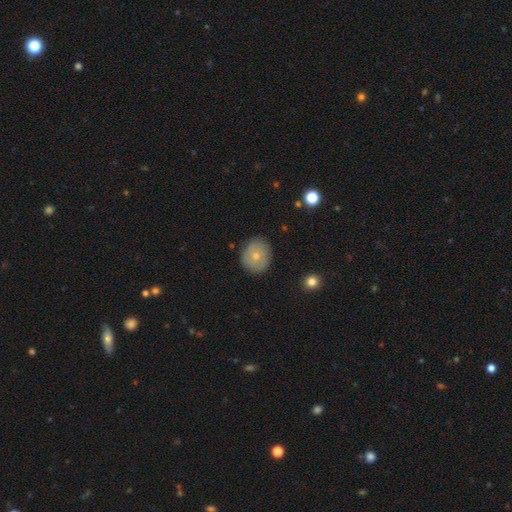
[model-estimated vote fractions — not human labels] Morphology: type=smooth (65%); roundness=round (82%); merging=none (85%).